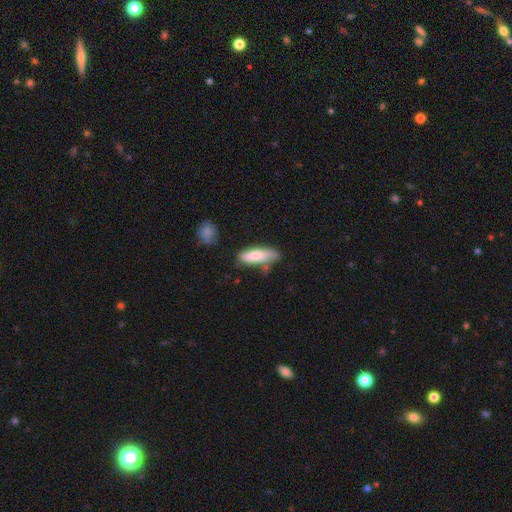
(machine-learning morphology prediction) A smooth galaxy with no disk features (75%) that is in between round and cigar-shaped (52%).

Vote fractions:
- Smooth or featured? smooth: 75% / featured or disk: 19% / star or artifact: 6%
- How rounded? in between: 52% / cigar-shaped: 46% / round: 2%
- Merging? none: 53% / minor disturbance: 30% / major disturbance: 9% / merger: 8%